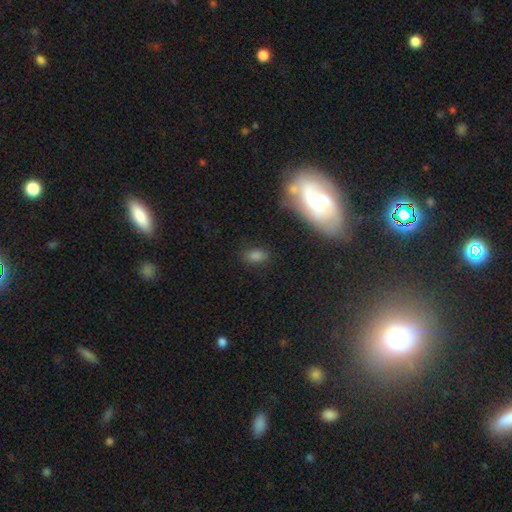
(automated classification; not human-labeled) Overall: smooth (68%). How rounded: in between (83%). Merging: none (72%).